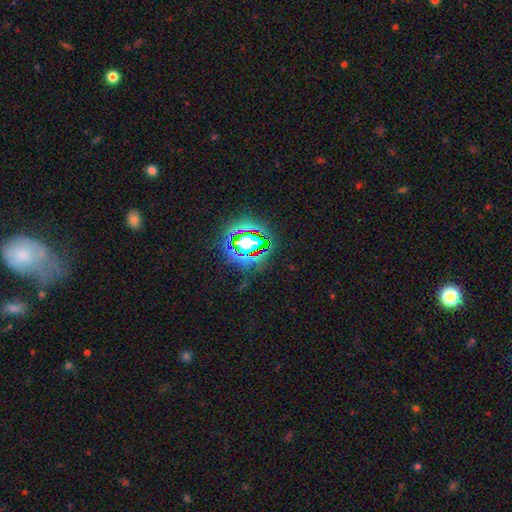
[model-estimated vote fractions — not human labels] Morphology: type=star or artifact (78%).